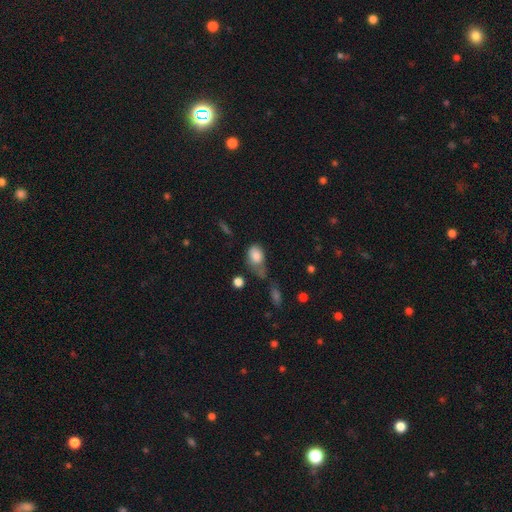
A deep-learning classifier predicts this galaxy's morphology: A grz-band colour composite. It shows a smooth galaxy with no disk features (82%) that is in between round and cigar-shaped (80%). Merging: minor disturbance (30%, tied with major disturbance).